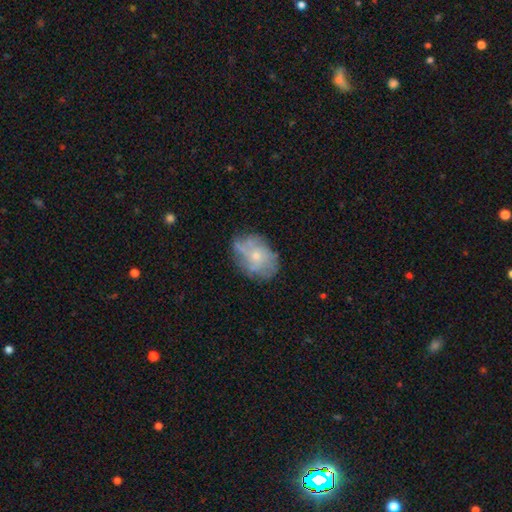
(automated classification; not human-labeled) Q: Smooth or featured?
A: featured or disk (58%); runner-up: smooth (32%)
Q: Edge-on disk?
A: no (97%); runner-up: yes (3%)
Q: Bar?
A: no (83%); runner-up: weak (15%)
Q: Spiral arms?
A: yes (64%); runner-up: no (36%)
Q: Bulge size?
A: small (65%); runner-up: moderate (30%)
Q: Merging?
A: none (61%); runner-up: minor disturbance (25%)